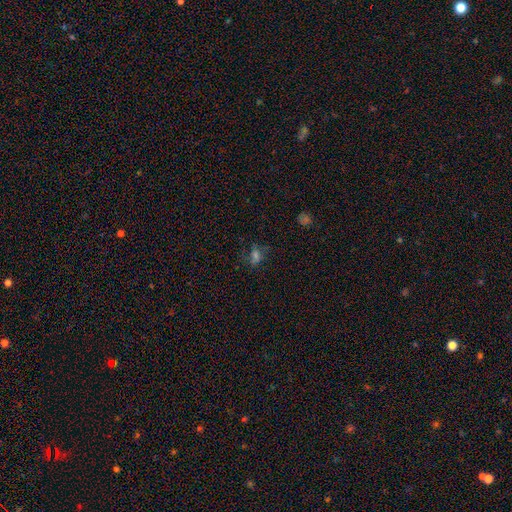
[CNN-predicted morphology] smooth_or_featured: smooth (p=0.54) [alt: star or artifact p=0.28]
how_rounded: in between (p=0.64) [alt: round p=0.32]
merging: none (p=0.55) [alt: minor disturbance p=0.22]